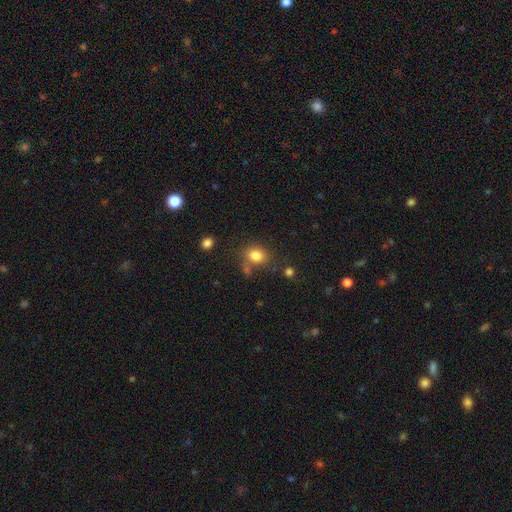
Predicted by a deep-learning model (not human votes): Smooth or featured? smooth (81%)
How rounded? round (55%)
Merging? none (67%)